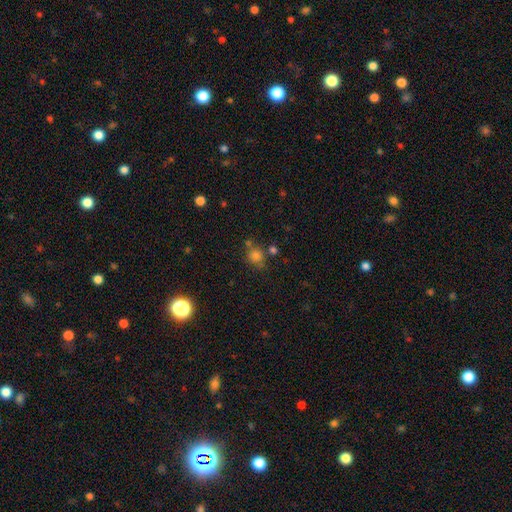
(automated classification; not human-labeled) Smooth or featured?
  - smooth: 76% *
  - star or artifact: 16%
  - featured or disk: 8%
How rounded?
  - round: 82% *
  - in between: 16%
  - cigar-shaped: 1%
Merging?
  - none: 63% *
  - merger: 17%
  - minor disturbance: 14%
  - major disturbance: 6%